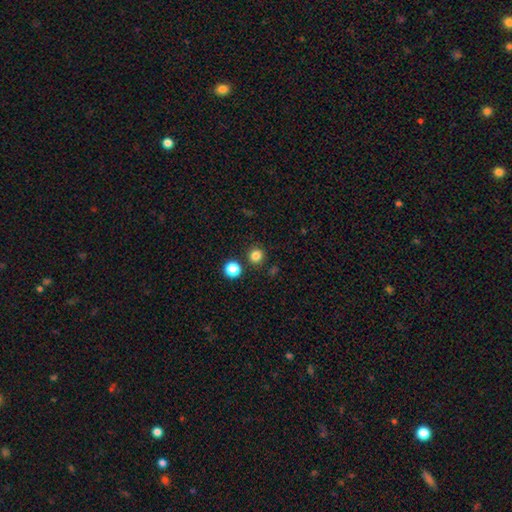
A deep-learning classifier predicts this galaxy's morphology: A smooth galaxy with no disk features (83%) that is round (93%).

Vote fractions:
- Smooth or featured? smooth: 83% / star or artifact: 14% / featured or disk: 4%
- How rounded? round: 93% / in between: 6% / cigar-shaped: 1%
- Merging? none: 88% / minor disturbance: 6% / merger: 4% / major disturbance: 2%